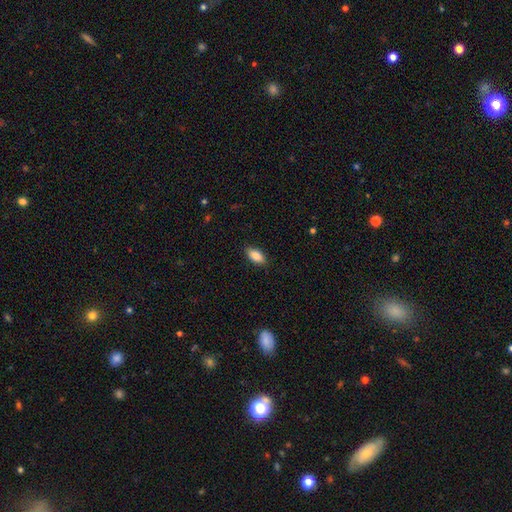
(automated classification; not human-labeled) Smooth or featured? smooth (87%)
How rounded? in between (90%)
Merging? none (88%)